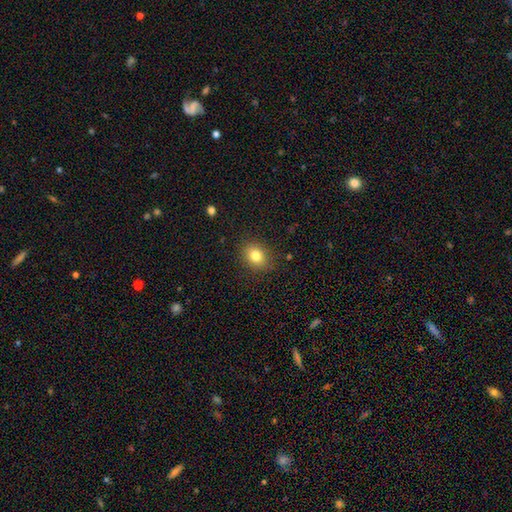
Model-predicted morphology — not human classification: This is clearly a smooth galaxy (81%). How rounded: possibly round (50%). Merging: clearly none (87%).